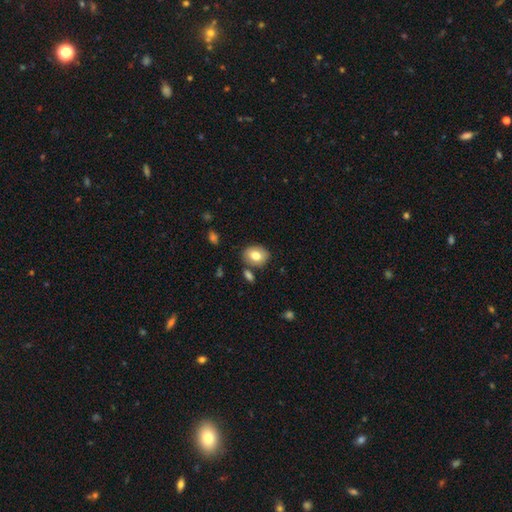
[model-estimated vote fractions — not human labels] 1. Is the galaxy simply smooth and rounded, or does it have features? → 77% smooth, 15% featured or disk, 8% star or artifact.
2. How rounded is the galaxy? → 50% round, 49% in between, 1% cigar-shaped.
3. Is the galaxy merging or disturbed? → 77% none, 12% minor disturbance, 9% merger, 3% major disturbance.